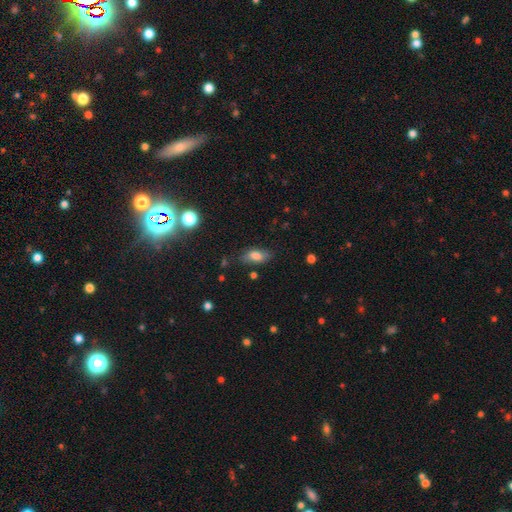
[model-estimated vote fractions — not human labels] The model was most divided on "merging": none: 74%, minor disturbance: 19%, major disturbance: 5%, merger: 3%. More confident: how rounded — in between (84%); smooth or featured — smooth (76%).